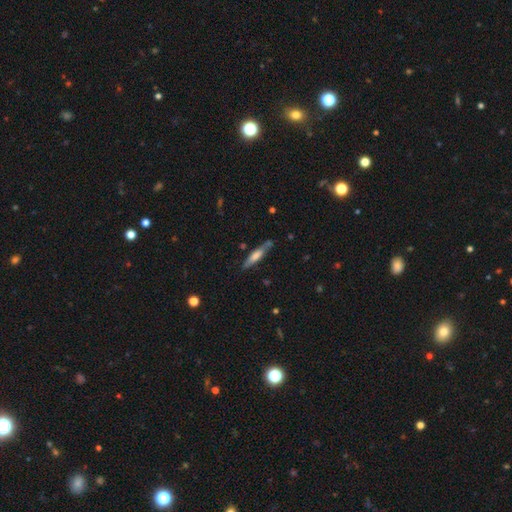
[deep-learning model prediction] Smooth or featured? smooth (54%)
How rounded? cigar-shaped (84%)
Merging? none (77%)